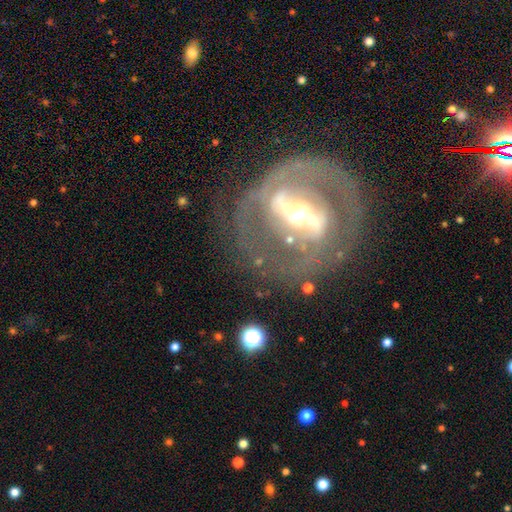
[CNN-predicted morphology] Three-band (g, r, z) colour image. It shows a featured or disk galaxy (81%) with a strong bar (60%), 2 (54%) tight (48%) spiral arms (67%) and a moderate central bulge (46%). Merging: none (63%).